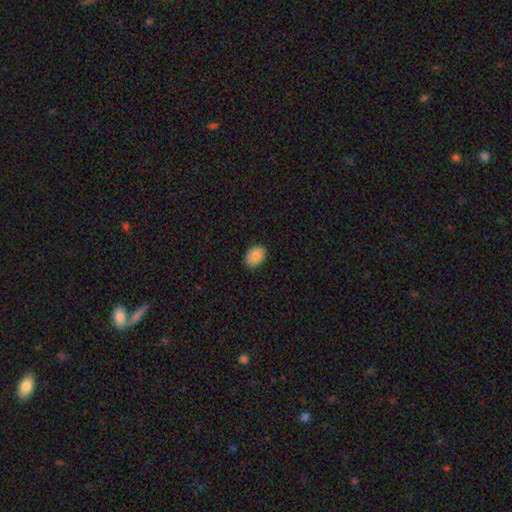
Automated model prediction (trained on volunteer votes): smooth_or_featured: smooth (p=0.86) [alt: star or artifact p=0.08]
how_rounded: in between (p=0.70) [alt: round p=0.29]
merging: none (p=0.84) [alt: minor disturbance p=0.13]